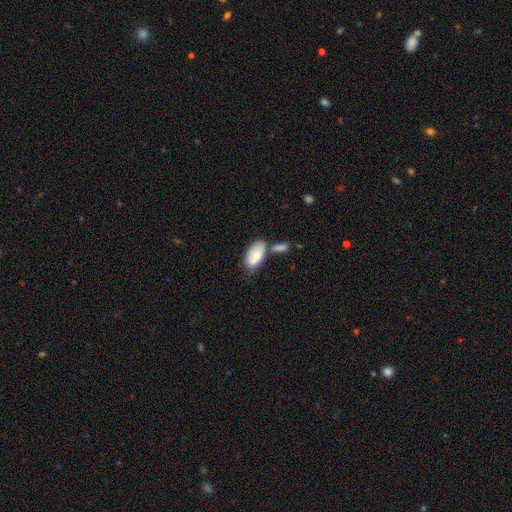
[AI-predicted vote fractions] smooth_or_featured: smooth (p=0.73) [alt: featured or disk p=0.21]
how_rounded: in between (p=0.92) [alt: cigar-shaped p=0.05]
merging: none (p=0.36) [alt: merger p=0.29]